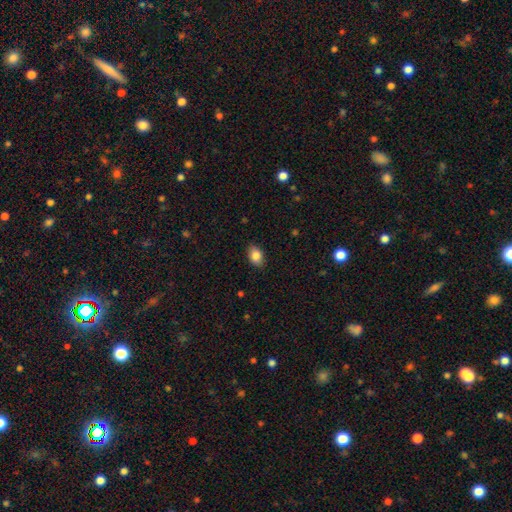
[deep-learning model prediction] A smooth galaxy with no disk features (85%) that is in between round and cigar-shaped (84%). Merging: none (85%).